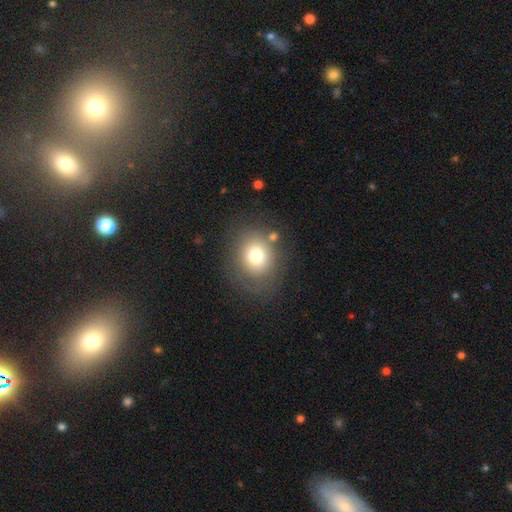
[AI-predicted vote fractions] Overall: smooth (74%). How rounded: round (63%; in between 36%). Merging: none (72%).